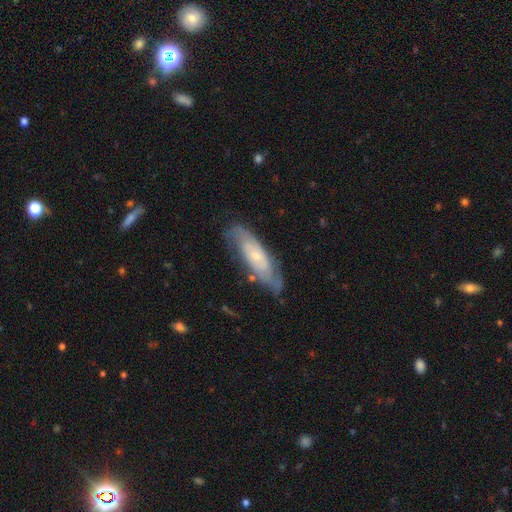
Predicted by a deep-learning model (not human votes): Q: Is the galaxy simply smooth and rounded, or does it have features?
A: featured or disk — 65%.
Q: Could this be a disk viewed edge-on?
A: no — 78%.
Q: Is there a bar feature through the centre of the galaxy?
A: no — 73%.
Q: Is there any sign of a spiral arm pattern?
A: yes — 82%.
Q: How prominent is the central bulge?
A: small — 69%.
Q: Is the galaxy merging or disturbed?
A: none — 70%.